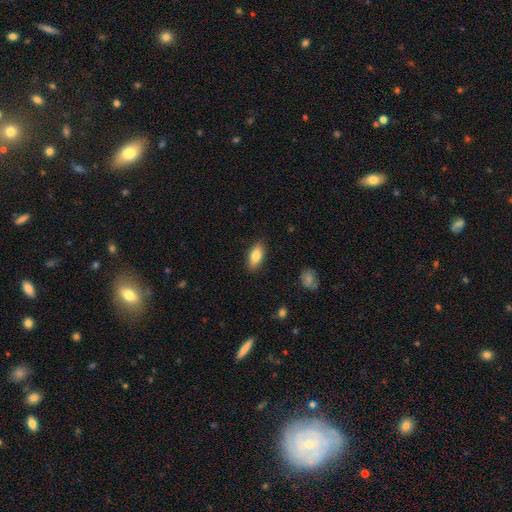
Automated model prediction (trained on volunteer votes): This is clearly a smooth galaxy (83%). How rounded: clearly in between (86%). Merging: clearly none (88%).